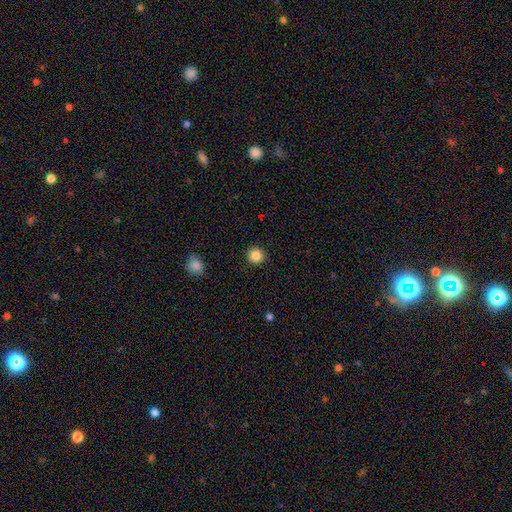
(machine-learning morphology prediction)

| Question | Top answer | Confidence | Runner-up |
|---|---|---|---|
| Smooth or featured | smooth | 86% | star or artifact (10%) |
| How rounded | round | 93% | in between (6%) |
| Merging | none | 91% | minor disturbance (6%) |